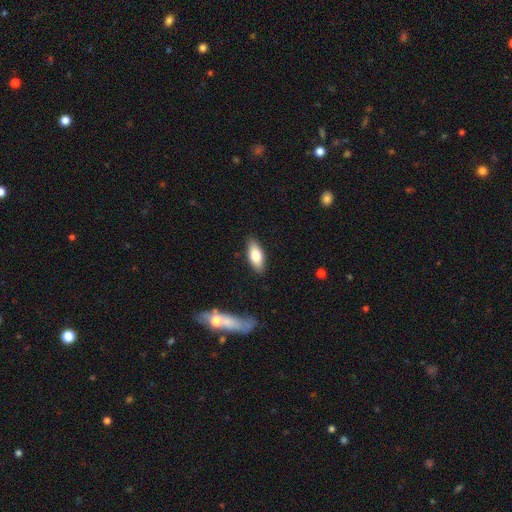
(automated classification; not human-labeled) Morphology: type=smooth (75%); roundness=in between (82%); merging=none (86%).